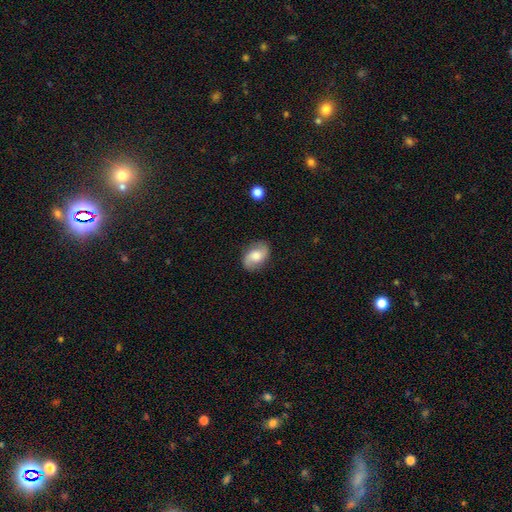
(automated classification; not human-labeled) The model was most divided on "bar": no: 57%, weak: 35%, strong: 8%. More confident: edge-on disk — no (97%); spiral arms — yes (90%); merging — none (81%); smooth or featured — featured or disk (57%); bulge size — moderate (52%).